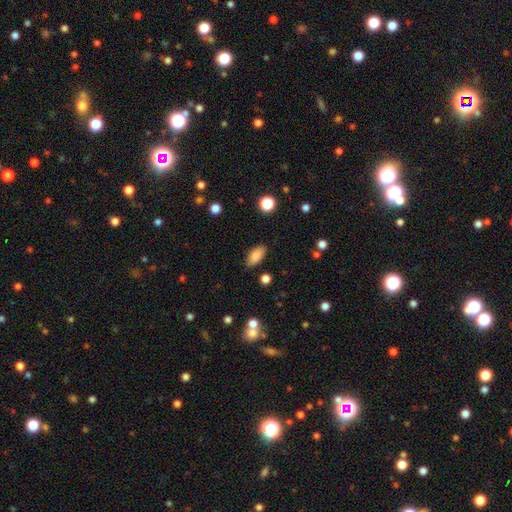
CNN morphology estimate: The model was most divided on "merging": none: 86%, minor disturbance: 10%, major disturbance: 3%, merger: 1%. More confident: how rounded — in between (90%); smooth or featured — smooth (86%).